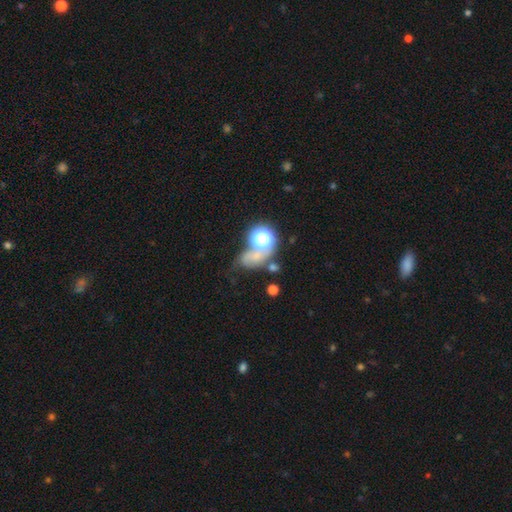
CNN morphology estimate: The model was most divided on "how rounded": round: 51%, in between: 46%, cigar-shaped: 3%. Remaining: smooth or featured — smooth (51%); merging — none (37%).